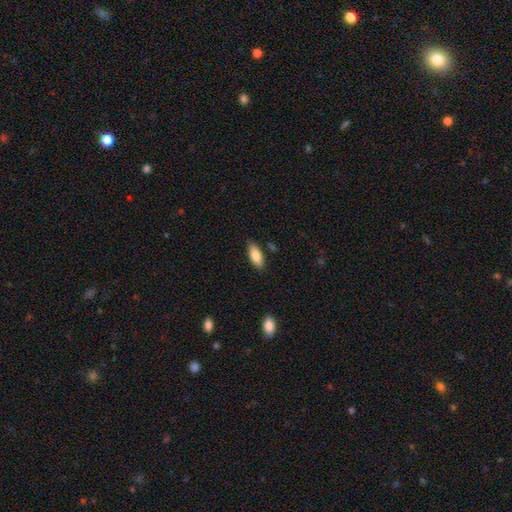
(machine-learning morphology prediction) This is clearly a smooth galaxy (83%). How rounded: clearly in between (80%). Merging: clearly none (85%).